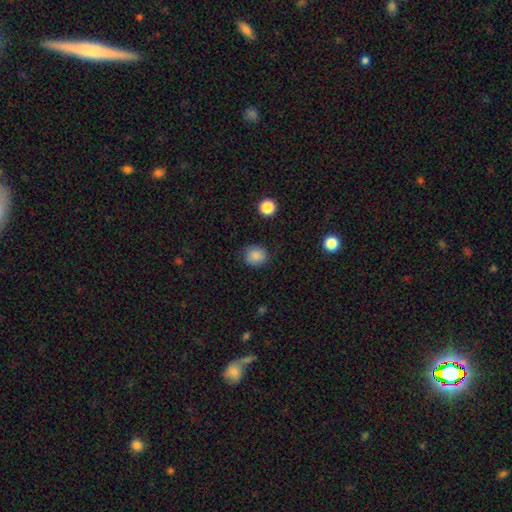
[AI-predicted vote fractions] A smooth galaxy with no disk features (86%) that is round (83%).

Vote fractions:
- Smooth or featured? smooth: 86% / star or artifact: 10% / featured or disk: 4%
- How rounded? round: 83% / in between: 16% / cigar-shaped: 1%
- Merging? none: 83% / minor disturbance: 13% / major disturbance: 3% / merger: 1%